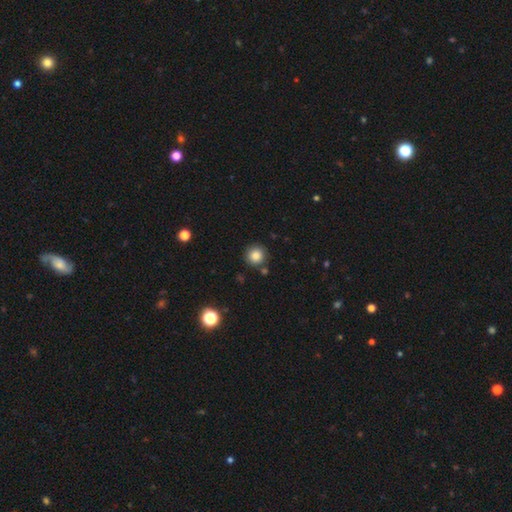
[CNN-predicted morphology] Smooth or featured? Predicted: smooth (p=0.85). How rounded? Predicted: round (p=0.93). Merging? Predicted: none (p=0.85).